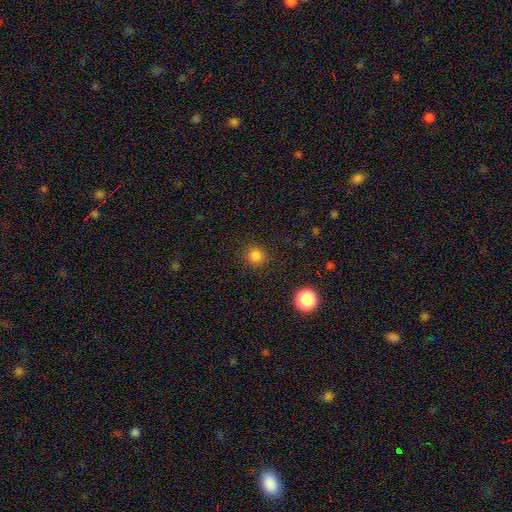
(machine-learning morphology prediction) Smooth or featured?
  - smooth: 81% *
  - star or artifact: 15%
  - featured or disk: 4%
How rounded?
  - round: 91% *
  - in between: 8%
  - cigar-shaped: 1%
Merging?
  - none: 89% *
  - minor disturbance: 7%
  - major disturbance: 3%
  - merger: 2%